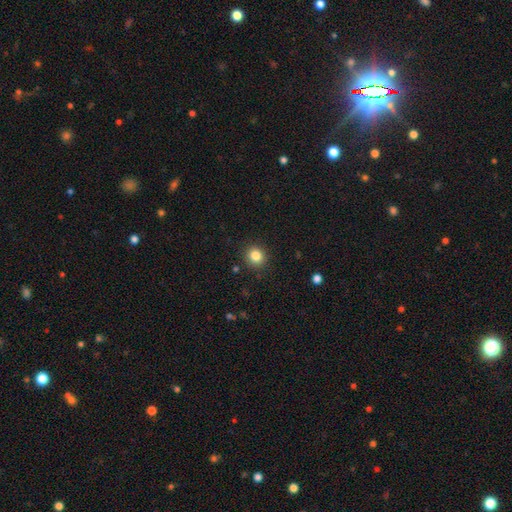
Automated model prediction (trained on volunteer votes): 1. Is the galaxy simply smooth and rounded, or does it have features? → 84% smooth, 11% star or artifact, 5% featured or disk.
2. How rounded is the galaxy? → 89% round, 10% in between, 1% cigar-shaped.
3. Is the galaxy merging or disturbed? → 91% none, 6% minor disturbance, 2% major disturbance, 1% merger.